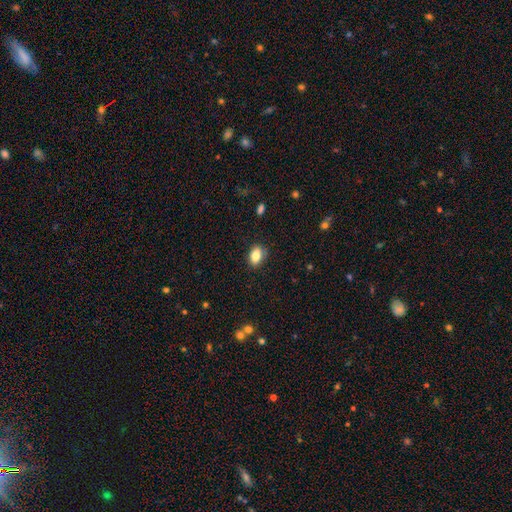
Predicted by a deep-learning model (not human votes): The model was most divided on "how rounded": in between: 84%, round: 14%, cigar-shaped: 2%. More confident: merging — none (85%); smooth or featured — smooth (84%).